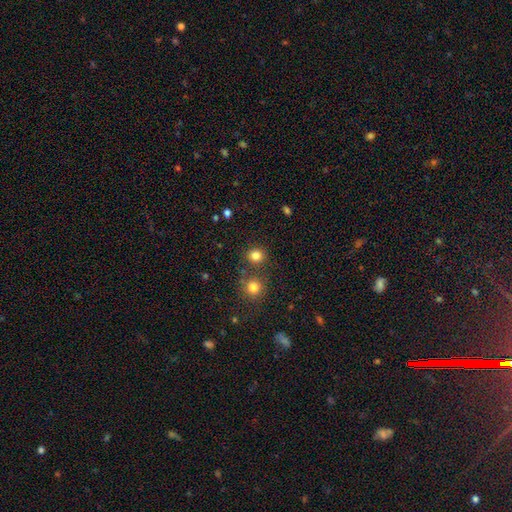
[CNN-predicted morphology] type=smooth (82%); roundness=round (85%); merging=none (78%).